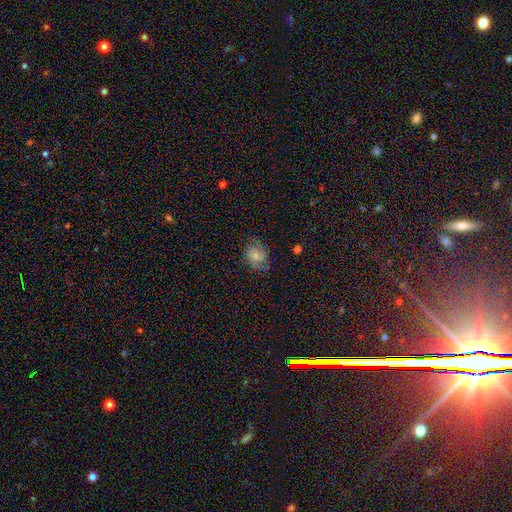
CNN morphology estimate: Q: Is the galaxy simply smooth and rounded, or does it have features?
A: smooth — 48%.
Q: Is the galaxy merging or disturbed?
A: none — 65%.